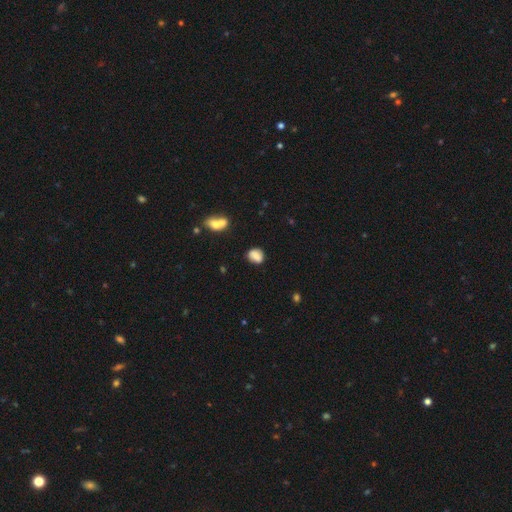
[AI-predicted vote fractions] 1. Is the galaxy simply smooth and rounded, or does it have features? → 79% smooth, 11% featured or disk, 10% star or artifact.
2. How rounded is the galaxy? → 56% in between, 43% round, 2% cigar-shaped.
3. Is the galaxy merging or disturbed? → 68% none, 21% minor disturbance, 6% merger, 5% major disturbance.